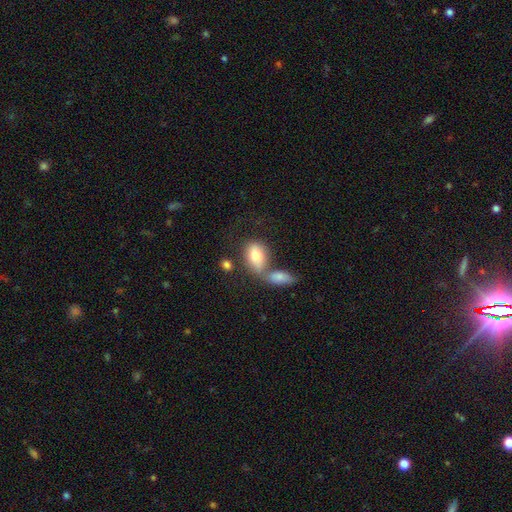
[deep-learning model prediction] A smooth galaxy with no disk features (78%) that is in between round and cigar-shaped (87%). Merging: merger (45%).